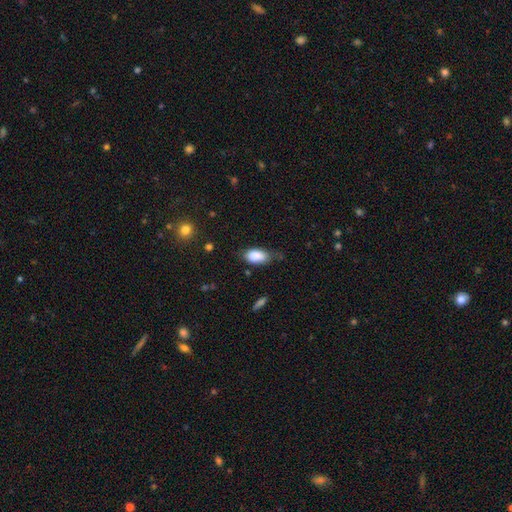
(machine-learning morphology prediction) A smooth galaxy with no disk features (86%) that is in between round and cigar-shaped (92%).

Vote fractions:
- Smooth or featured? smooth: 86% / featured or disk: 7% / star or artifact: 7%
- How rounded? in between: 92% / round: 4% / cigar-shaped: 4%
- Merging? none: 49% / minor disturbance: 37% / major disturbance: 12% / merger: 3%